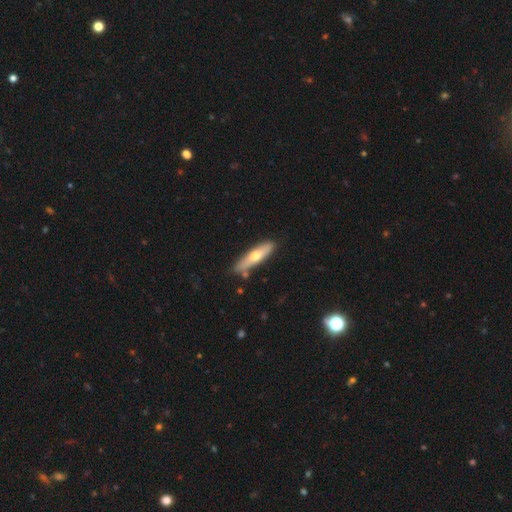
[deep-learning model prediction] The model was most divided on "smooth or featured": smooth: 54%, featured or disk: 41%, star or artifact: 5%. More confident: merging — none (81%); how rounded — cigar-shaped (74%).